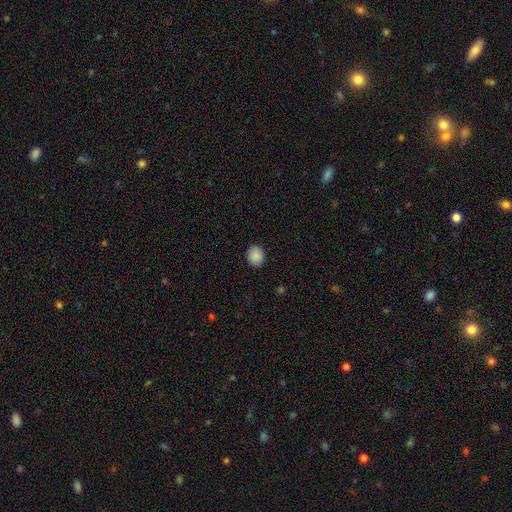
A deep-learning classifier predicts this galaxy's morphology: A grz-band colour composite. It shows a smooth galaxy with no disk features (88%) that is round (69%). Merging: none (89%).